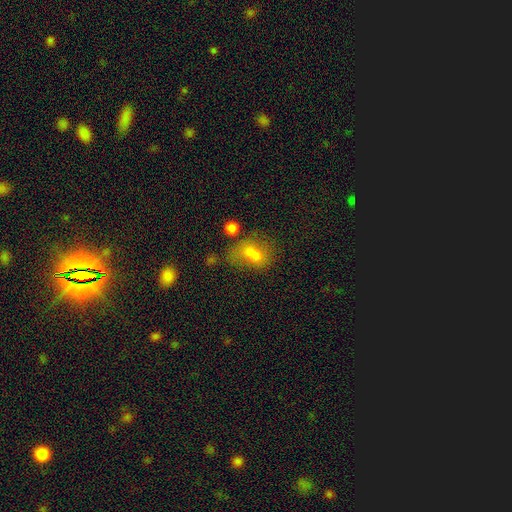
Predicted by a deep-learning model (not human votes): Morphology: type=smooth (59%); roundness=in between (66%); merging=merger (42%).